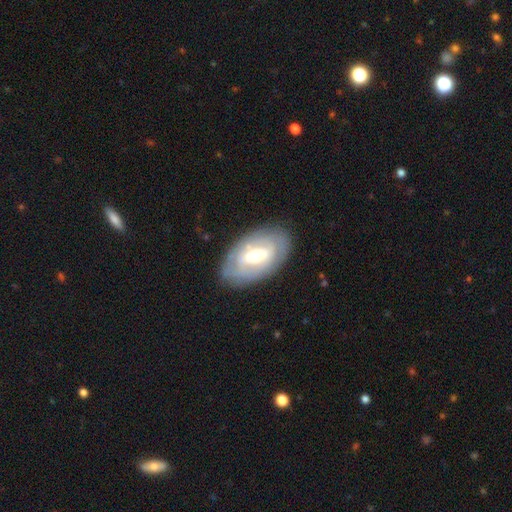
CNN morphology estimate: This appears to be a featured or disk galaxy (65%) with a weak bar (44%), spiral arms (54%) and a moderate central bulge (66%). Merging: none (81%).